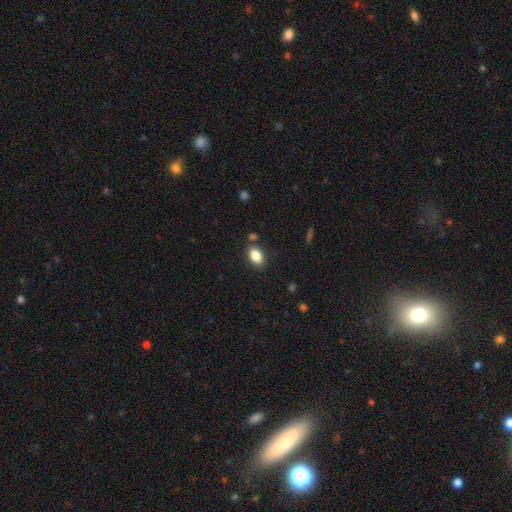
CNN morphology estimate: This is clearly a smooth galaxy (86%). How rounded: clearly in between (90%). Merging: clearly none (82%).